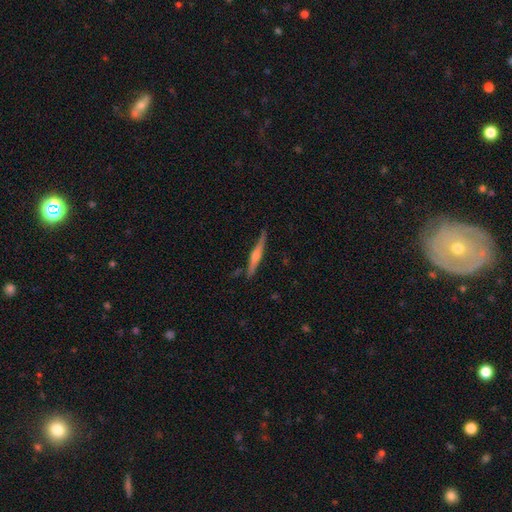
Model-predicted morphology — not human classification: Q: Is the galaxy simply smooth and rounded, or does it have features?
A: featured or disk — 69%.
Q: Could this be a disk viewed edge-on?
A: yes — 98%.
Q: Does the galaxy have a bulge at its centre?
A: rounded — 80%.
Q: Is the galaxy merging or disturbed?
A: none — 86%.